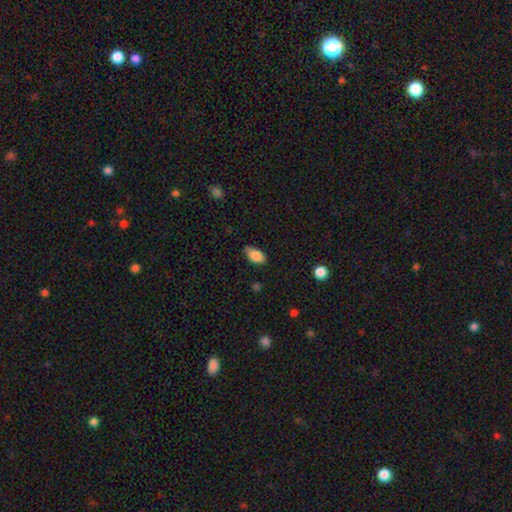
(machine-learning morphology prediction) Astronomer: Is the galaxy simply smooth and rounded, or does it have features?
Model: smooth — 84%.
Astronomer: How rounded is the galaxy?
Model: in between — 91%.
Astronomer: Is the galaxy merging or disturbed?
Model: none — 70%.